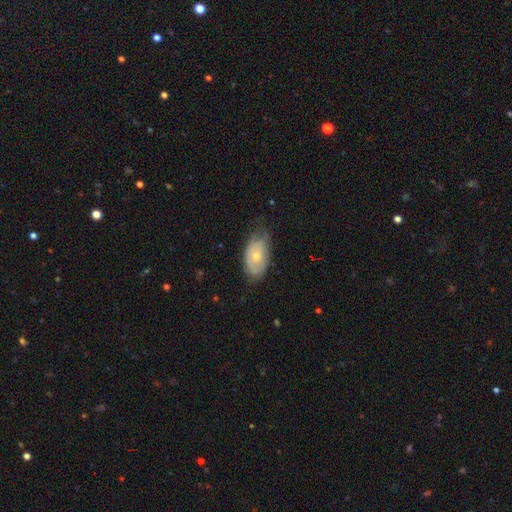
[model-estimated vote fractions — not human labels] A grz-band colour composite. It shows a smooth galaxy with no disk features (49%). Merging: none (61%).